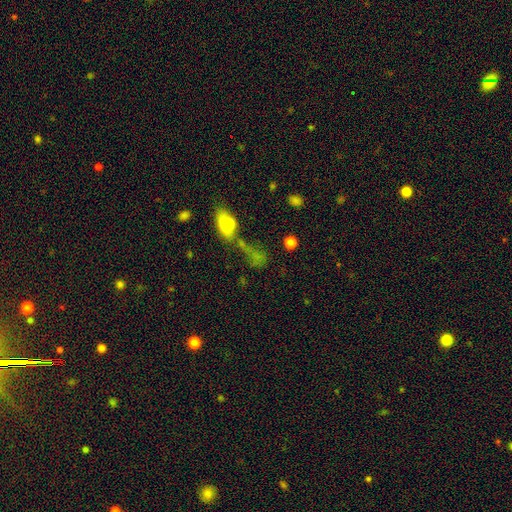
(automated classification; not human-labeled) smooth-or-featured: smooth: 61% | star or artifact: 22% | featured or disk: 17%
  how-rounded: in between: 53% | round: 32% | cigar-shaped: 14%
  merging: none: 35% | merger: 29% | major disturbance: 23% | minor disturbance: 14%